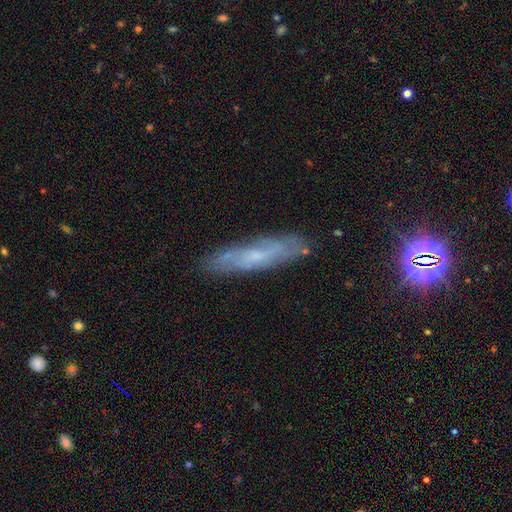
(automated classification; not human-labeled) This is possibly a featured or disk galaxy (53%). It is possibly not viewed edge-on (53%). Merging: likely none (79%).